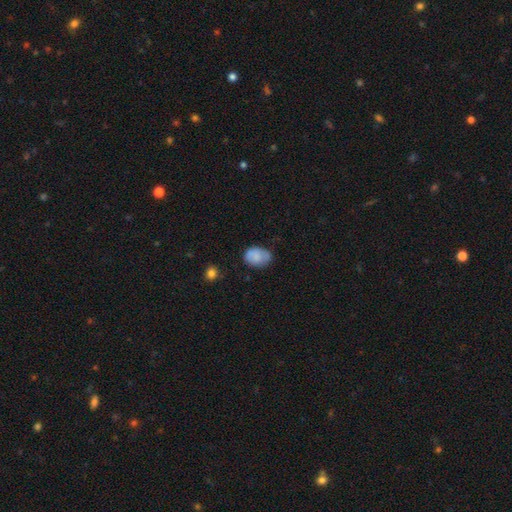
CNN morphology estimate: This is likely a smooth galaxy (77%). How rounded: likely in between (71%). Merging: possibly none (59%).